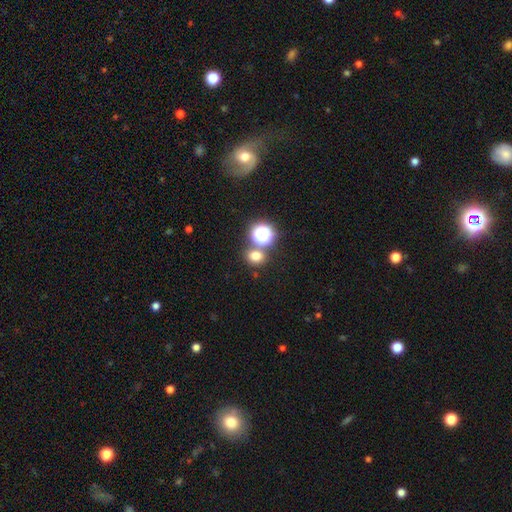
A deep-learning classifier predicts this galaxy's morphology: Smooth or featured?
  - smooth: 71% *
  - star or artifact: 22%
  - featured or disk: 7%
How rounded?
  - round: 72% *
  - in between: 27%
  - cigar-shaped: 1%
Merging?
  - none: 69% *
  - merger: 20%
  - minor disturbance: 8%
  - major disturbance: 3%